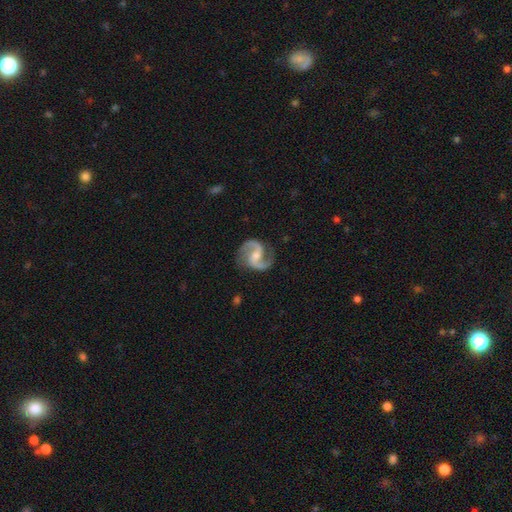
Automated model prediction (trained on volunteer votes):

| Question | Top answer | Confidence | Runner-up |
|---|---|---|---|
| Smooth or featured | featured or disk | 93% | star or artifact (4%) |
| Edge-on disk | no | 98% | yes (2%) |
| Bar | weak | 45% | no (35%) |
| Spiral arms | yes | 98% | no (2%) |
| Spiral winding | medium | 62% | loose (25%) |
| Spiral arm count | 2 | 94% | can't tell (1%) |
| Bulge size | moderate | 52% | small (40%) |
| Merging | none | 84% | minor disturbance (12%) |